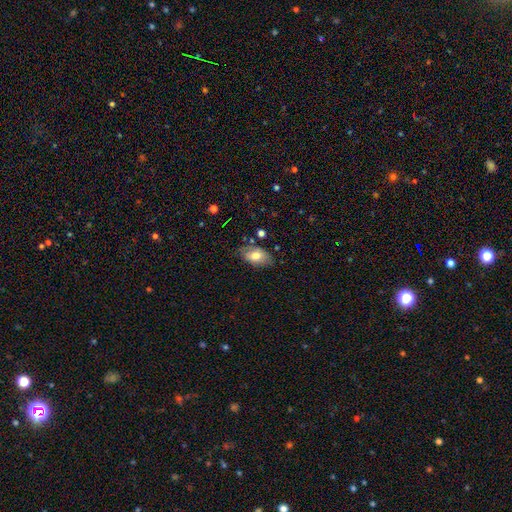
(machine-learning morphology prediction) A smooth galaxy with no disk features (69%) that is in between round and cigar-shaped (92%).

Vote fractions:
- Smooth or featured? smooth: 69% / featured or disk: 23% / star or artifact: 8%
- How rounded? in between: 92% / round: 6% / cigar-shaped: 2%
- Merging? none: 71% / minor disturbance: 21% / major disturbance: 4% / merger: 3%